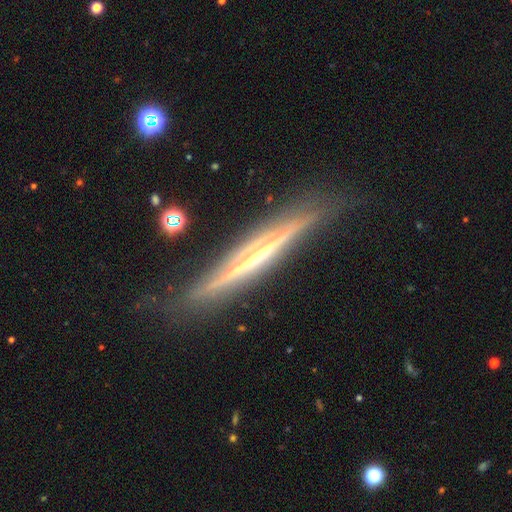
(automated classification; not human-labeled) smooth-or-featured: featured or disk: 81% | smooth: 13% | star or artifact: 6%
  disk-edge-on: yes: 97% | no: 3%
    edge-on-bulge: none: 49% | rounded: 39% | boxy: 12%
  merging: none: 83% | minor disturbance: 12% | major disturbance: 3% | merger: 2%